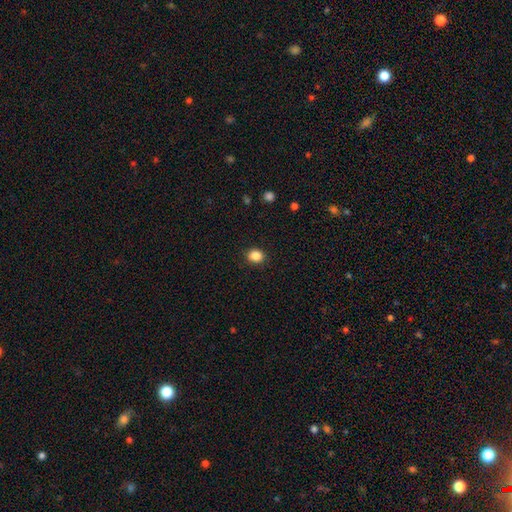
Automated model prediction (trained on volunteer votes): Q: Smooth or featured?
A: smooth (86%); runner-up: star or artifact (10%)
Q: How rounded?
A: round (66%); runner-up: in between (33%)
Q: Merging?
A: none (90%); runner-up: minor disturbance (7%)